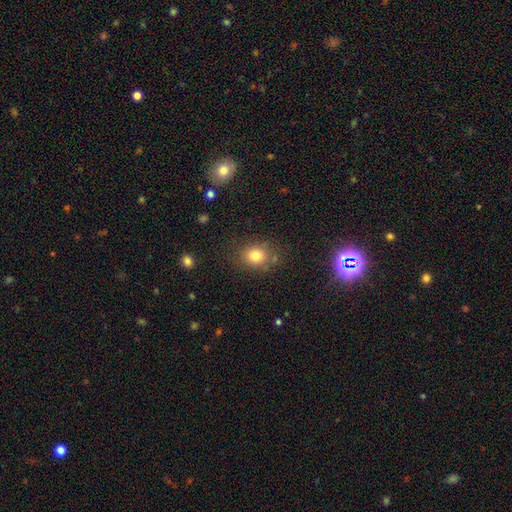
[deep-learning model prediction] Overall: smooth (79%). How rounded: round (64%; in between 35%). Merging: none (77%).